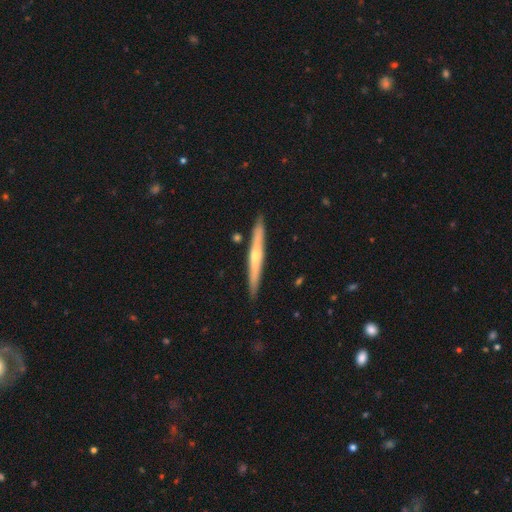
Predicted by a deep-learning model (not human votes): smooth-or-featured: featured or disk: 63% | smooth: 32% | star or artifact: 5%
  disk-edge-on: yes: 96% | no: 4%
    edge-on-bulge: rounded: 70% | none: 27% | boxy: 3%
  merging: none: 89% | minor disturbance: 8% | merger: 2% | major disturbance: 1%